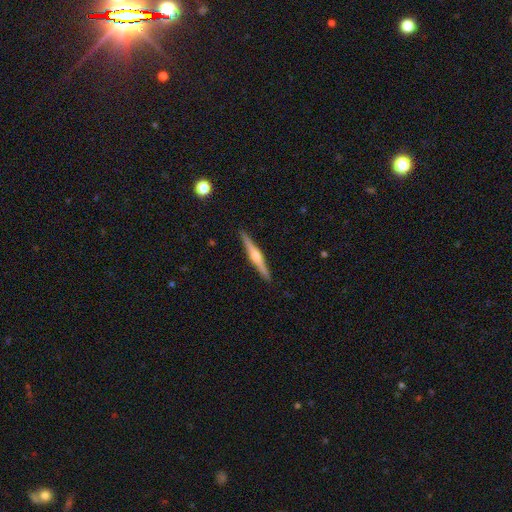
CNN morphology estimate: This is likely a featured or disk galaxy (74%). It is clearly viewed edge-on (98%). Edge-on bulge: clearly rounded (89%). Merging: clearly none (92%).